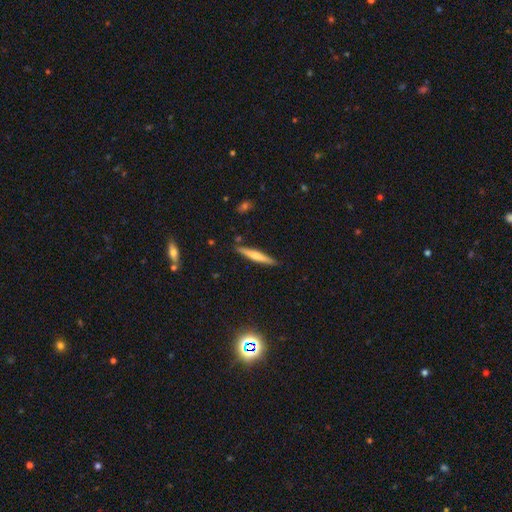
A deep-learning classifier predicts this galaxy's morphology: Smooth or featured: smooth — 50% (featured or disk — 44%)
Merging: none — 89% (minor disturbance — 8%)